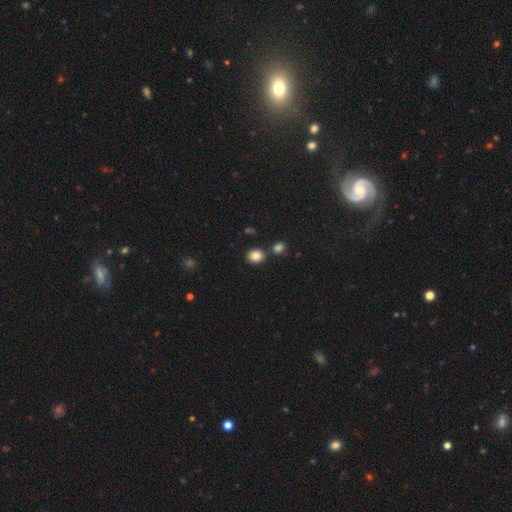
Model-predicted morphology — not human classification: A smooth galaxy with no disk features (85%) that is in between round and cigar-shaped (51%).

Vote fractions:
- Smooth or featured? smooth: 85% / star or artifact: 10% / featured or disk: 5%
- How rounded? in between: 51% / round: 48% / cigar-shaped: 1%
- Merging? none: 74% / merger: 14% / minor disturbance: 9% / major disturbance: 3%